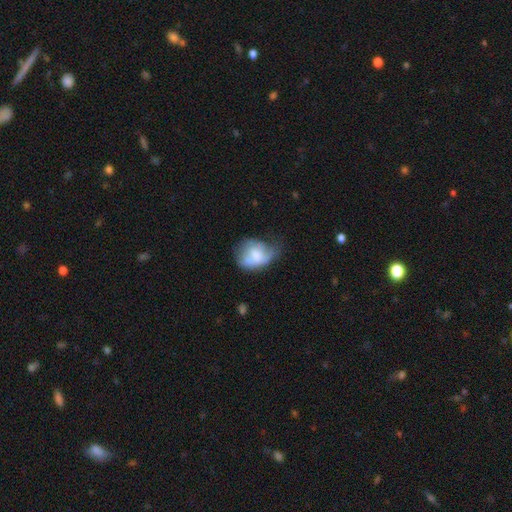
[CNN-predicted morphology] Q: Smooth or featured?
A: smooth (59%); runner-up: featured or disk (33%)
Q: How rounded?
A: in between (62%); runner-up: round (37%)
Q: Merging?
A: minor disturbance (38%); runner-up: major disturbance (31%)